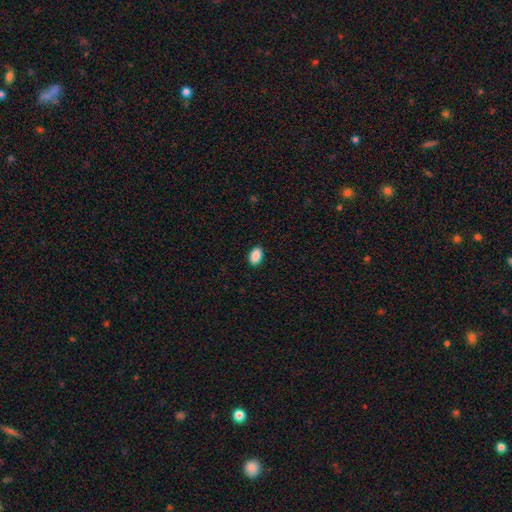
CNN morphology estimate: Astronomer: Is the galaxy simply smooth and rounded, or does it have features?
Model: smooth — 90%.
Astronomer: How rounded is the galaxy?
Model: in between — 91%.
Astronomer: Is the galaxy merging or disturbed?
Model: none — 89%.